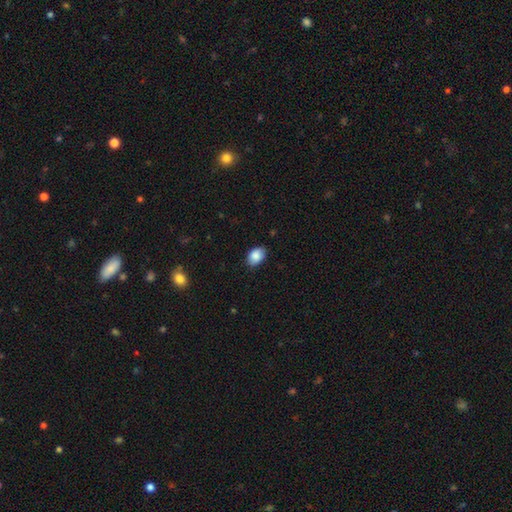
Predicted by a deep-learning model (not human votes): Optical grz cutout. It shows a smooth galaxy with no disk features (87%) that is in between round and cigar-shaped (85%). Merging: none (84%).